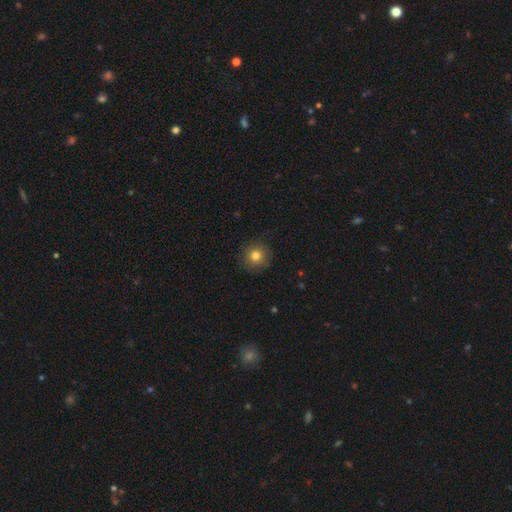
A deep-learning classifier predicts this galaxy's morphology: A smooth galaxy with no disk features (80%) that is round (94%).

Vote fractions:
- Smooth or featured? smooth: 80% / star or artifact: 12% / featured or disk: 8%
- How rounded? round: 94% / in between: 5% / cigar-shaped: 1%
- Merging? none: 89% / minor disturbance: 8% / major disturbance: 2% / merger: 1%